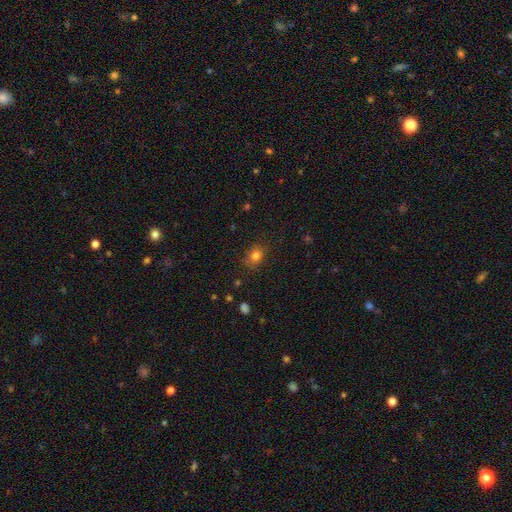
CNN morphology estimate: smooth 80%, star or artifact 13%, featured or disk 7%. Down the decision tree: how rounded — round (50%); merging — none (82%).